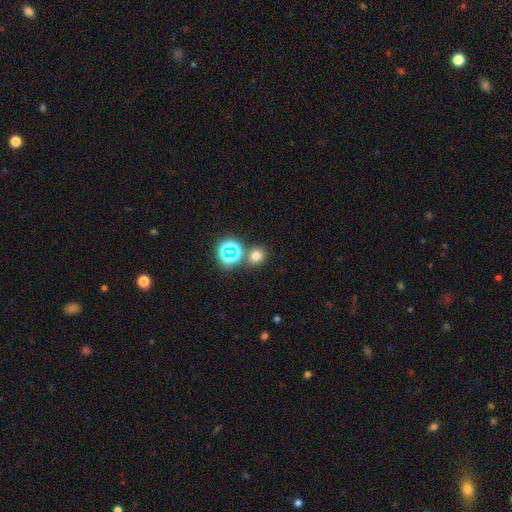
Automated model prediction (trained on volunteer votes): Q: Smooth or featured?
A: smooth (68%); runner-up: star or artifact (25%)
Q: How rounded?
A: round (82%); runner-up: in between (17%)
Q: Merging?
A: none (79%); runner-up: merger (11%)